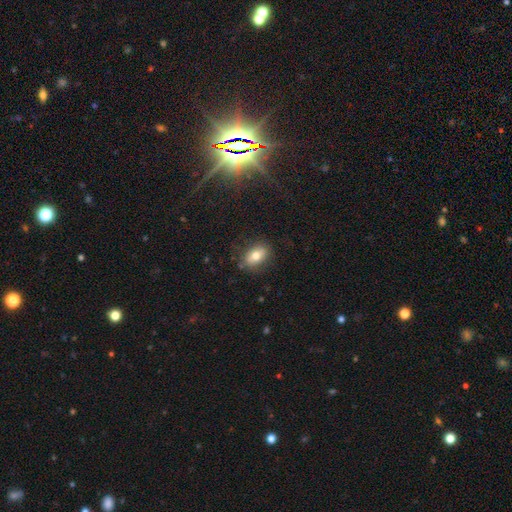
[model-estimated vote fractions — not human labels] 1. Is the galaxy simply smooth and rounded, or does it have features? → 75% smooth, 16% featured or disk, 9% star or artifact.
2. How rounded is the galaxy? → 84% in between, 14% round, 2% cigar-shaped.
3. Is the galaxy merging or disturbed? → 81% none, 14% minor disturbance, 4% major disturbance, 2% merger.